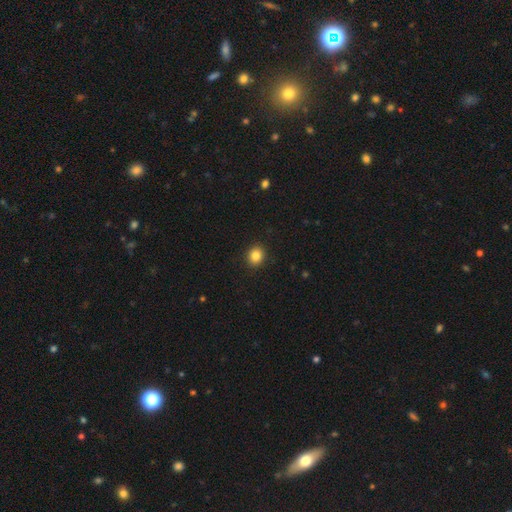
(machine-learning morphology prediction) Q: Smooth or featured?
A: smooth (85%); runner-up: star or artifact (10%)
Q: How rounded?
A: round (75%); runner-up: in between (24%)
Q: Merging?
A: none (91%); runner-up: minor disturbance (6%)